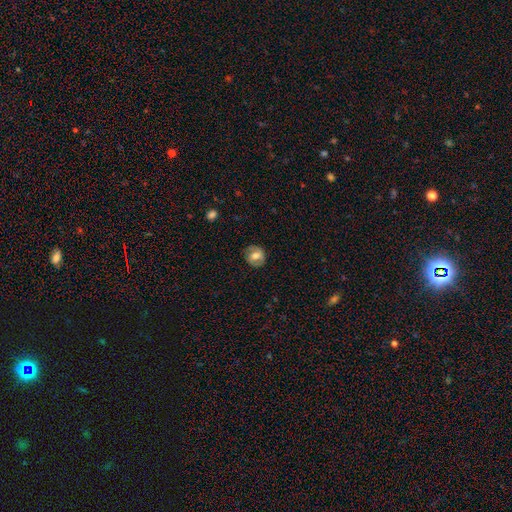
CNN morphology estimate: type=smooth (55%); roundness=round (72%); merging=none (79%).